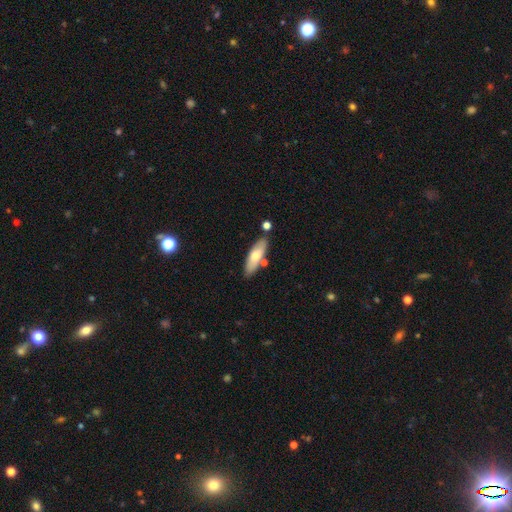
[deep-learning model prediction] Morphology: type=smooth (66%); roundness=in between (55%); merging=none (77%).